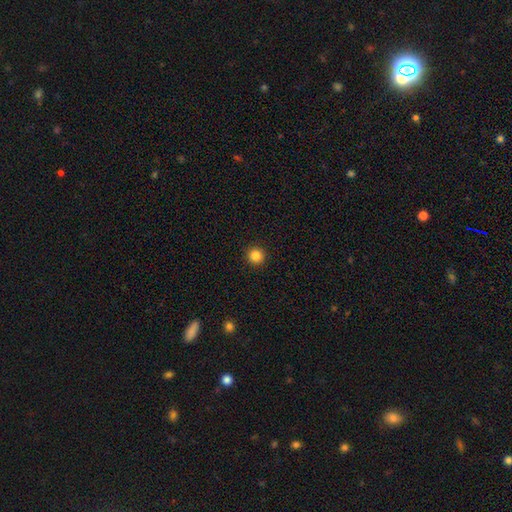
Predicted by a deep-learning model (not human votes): This is clearly a smooth galaxy (85%). How rounded: clearly round (96%). Merging: clearly none (94%).